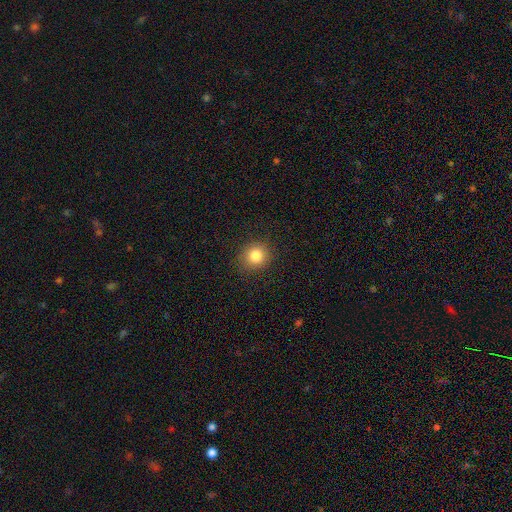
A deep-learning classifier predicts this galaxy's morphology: smooth 83%, star or artifact 11%, featured or disk 6%. Down the decision tree: how rounded — round (83%); merging — none (89%).